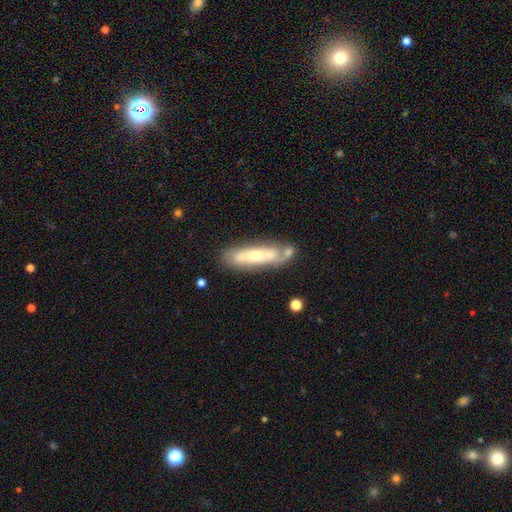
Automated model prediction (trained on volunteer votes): Smooth or featured? Predicted: featured or disk (p=0.59). Edge-on disk? Predicted: no (p=0.62). Merging? Predicted: none (p=0.57).